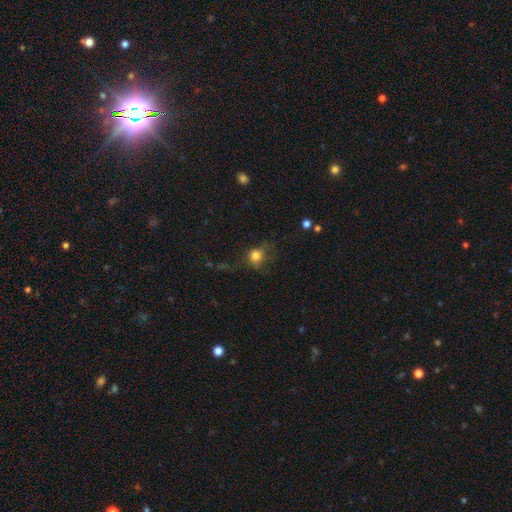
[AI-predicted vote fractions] smooth 73%, star or artifact 14%, featured or disk 13%. Down the decision tree: how rounded — round (71%); merging — none (52%).